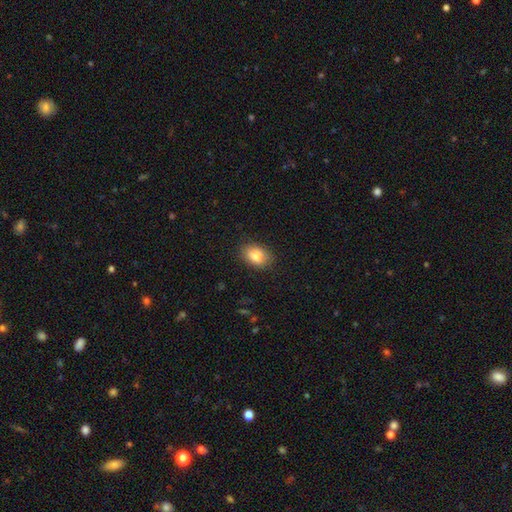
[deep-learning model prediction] smooth 83%, featured or disk 9%, star or artifact 8%. Down the decision tree: how rounded — in between (79%); merging — none (84%).